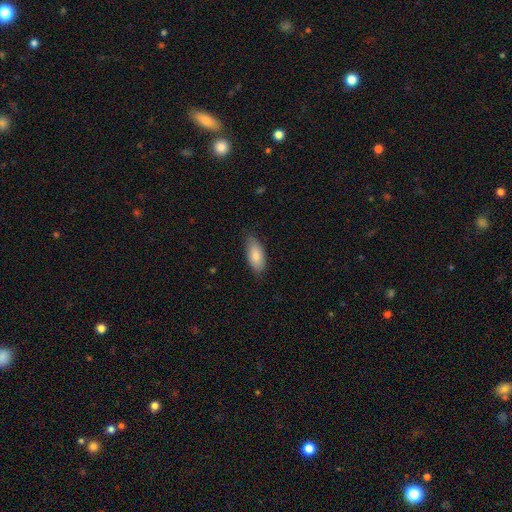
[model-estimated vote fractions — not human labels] A smooth galaxy with no disk features (82%) that is in between round and cigar-shaped (89%).

Vote fractions:
- Smooth or featured? smooth: 82% / featured or disk: 12% / star or artifact: 6%
- How rounded? in between: 89% / cigar-shaped: 9% / round: 2%
- Merging? none: 76% / minor disturbance: 20% / major disturbance: 3% / merger: 1%